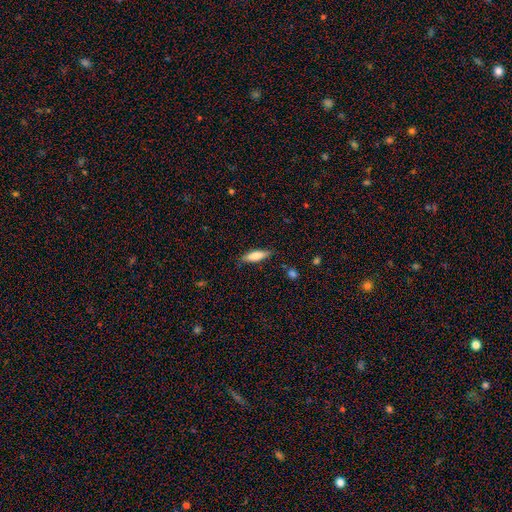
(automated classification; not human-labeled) Morphology: type=smooth (75%); roundness=cigar-shaped (56%); merging=none (83%).